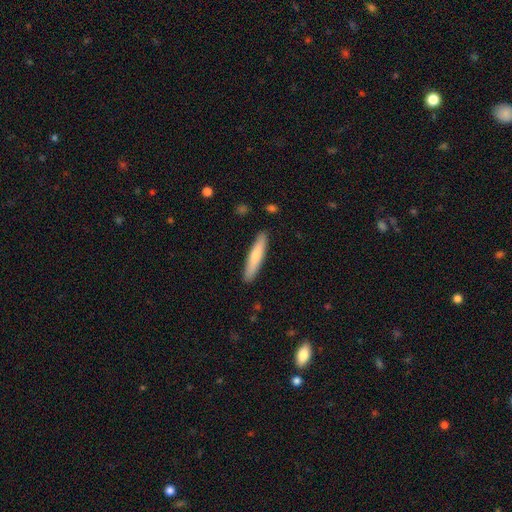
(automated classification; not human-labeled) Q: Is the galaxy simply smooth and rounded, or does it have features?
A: smooth — 69%.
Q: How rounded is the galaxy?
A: cigar-shaped — 89%.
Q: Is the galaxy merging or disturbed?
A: none — 90%.